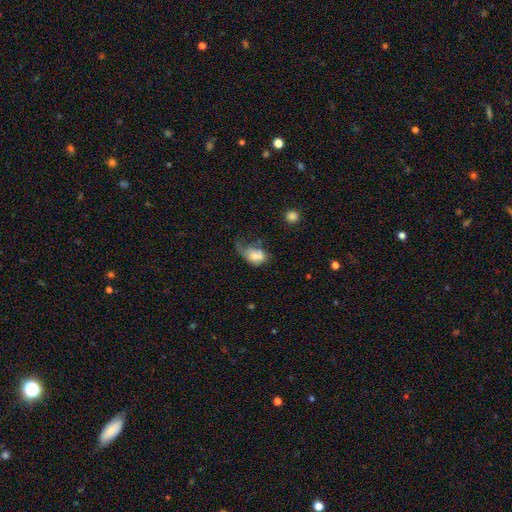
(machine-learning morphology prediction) This is likely a smooth galaxy (64%). How rounded: likely in between (76%). Merging: marginally major disturbance (41%).